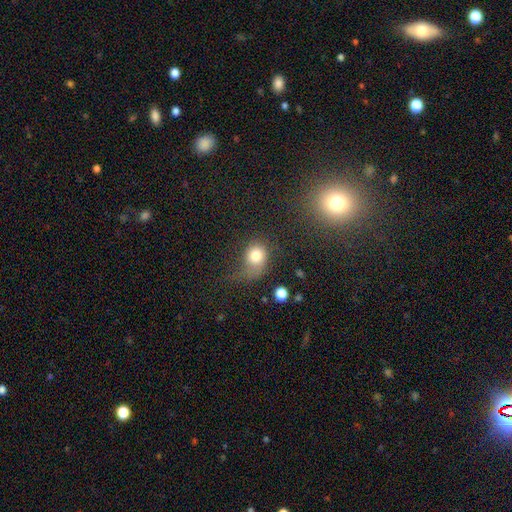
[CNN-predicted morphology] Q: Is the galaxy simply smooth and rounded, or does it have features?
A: smooth — 76%.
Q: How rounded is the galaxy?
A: round — 60%.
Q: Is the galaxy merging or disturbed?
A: none — 37%.